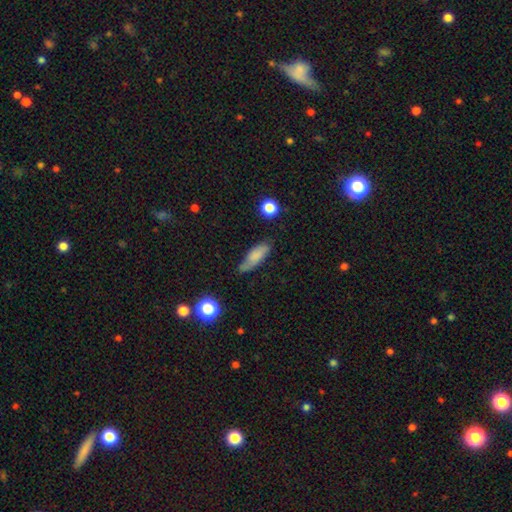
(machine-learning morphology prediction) Smooth or featured: smooth — 73% (featured or disk — 19%)
How rounded: in between — 58% (cigar-shaped — 39%)
Merging: none — 62% (minor disturbance — 28%)